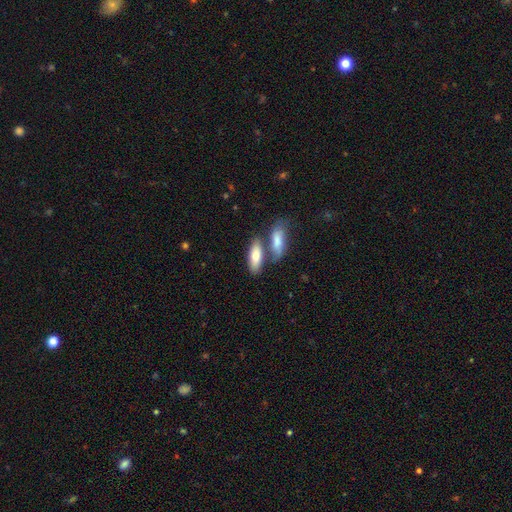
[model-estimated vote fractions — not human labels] The model was most divided on "merging": none: 50%, merger: 35%, minor disturbance: 11%, major disturbance: 4%. More confident: smooth or featured — smooth (75%); how rounded — in between (72%).